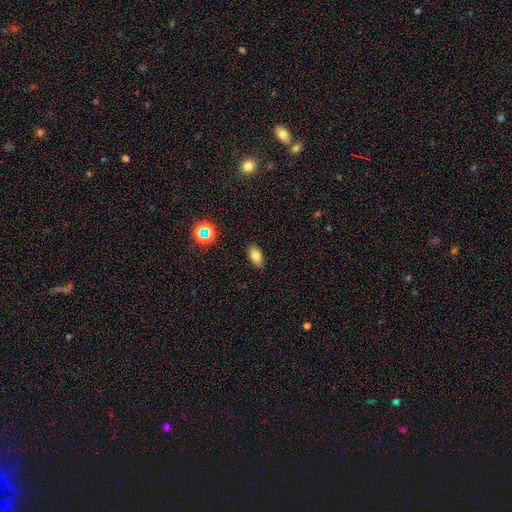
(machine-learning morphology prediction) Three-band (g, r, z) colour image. It shows a smooth galaxy with no disk features (78%) that is in between round and cigar-shaped (88%). Merging: none (87%).